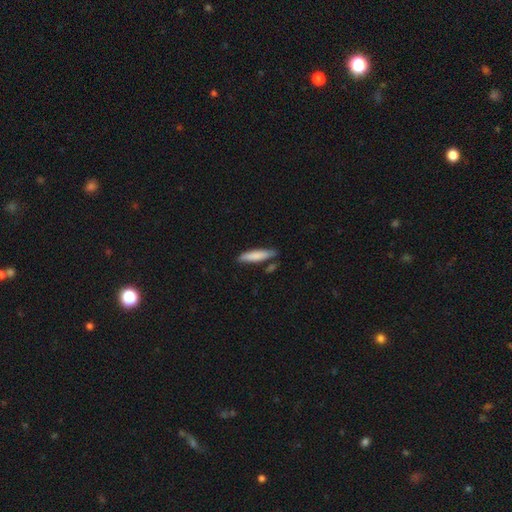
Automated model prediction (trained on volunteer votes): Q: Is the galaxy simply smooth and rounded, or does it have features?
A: smooth — 80%.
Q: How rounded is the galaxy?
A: cigar-shaped — 79%.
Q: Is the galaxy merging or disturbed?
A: none — 76%.